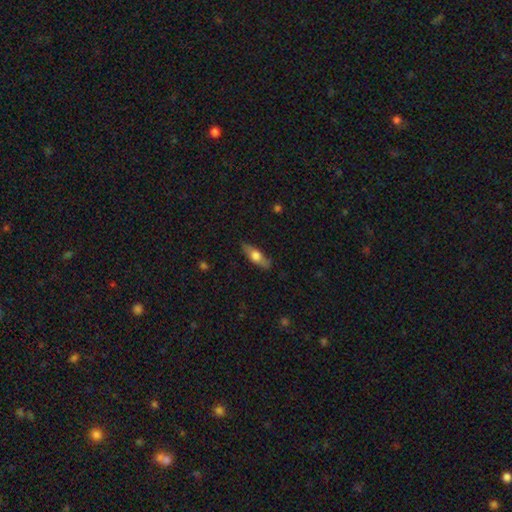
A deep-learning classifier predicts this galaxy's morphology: smooth_or_featured: smooth (p=0.51) [alt: featured or disk p=0.43]
how_rounded: in between (p=0.55) [alt: cigar-shaped p=0.41]
merging: none (p=0.83) [alt: minor disturbance p=0.13]